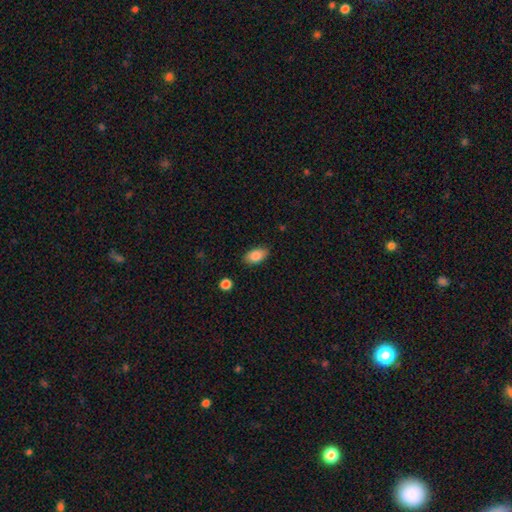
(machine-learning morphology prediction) Q: Smooth or featured?
A: smooth (85%); runner-up: featured or disk (8%)
Q: How rounded?
A: in between (92%); runner-up: round (6%)
Q: Merging?
A: none (85%); runner-up: minor disturbance (11%)